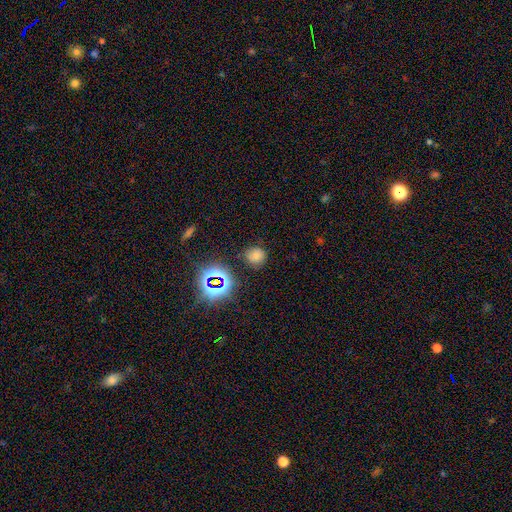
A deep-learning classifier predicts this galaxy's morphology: smooth 66%, star or artifact 26%, featured or disk 8%. Down the decision tree: how rounded — round (85%); merging — none (81%).